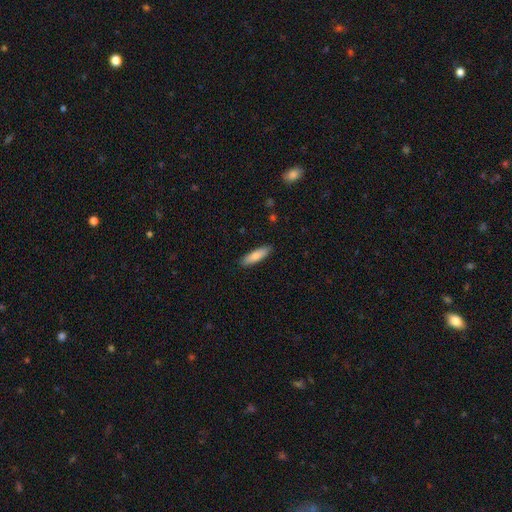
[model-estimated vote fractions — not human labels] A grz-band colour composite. It shows a smooth galaxy with no disk features (81%) that is cigar-shaped (63%). Merging: none (89%).